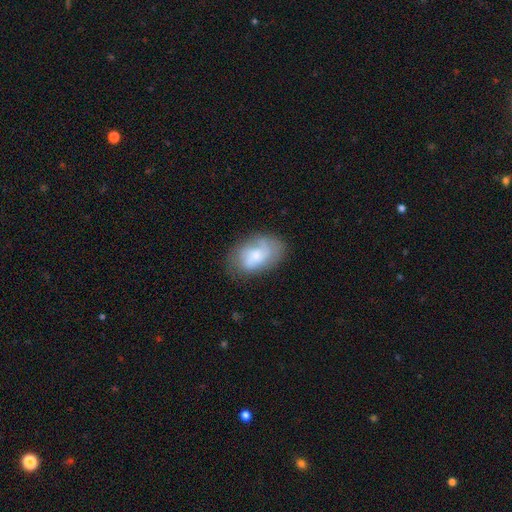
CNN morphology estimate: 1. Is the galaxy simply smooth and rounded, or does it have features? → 47% featured or disk, 45% smooth, 8% star or artifact.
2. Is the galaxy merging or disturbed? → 63% none, 24% minor disturbance, 11% major disturbance, 2% merger.